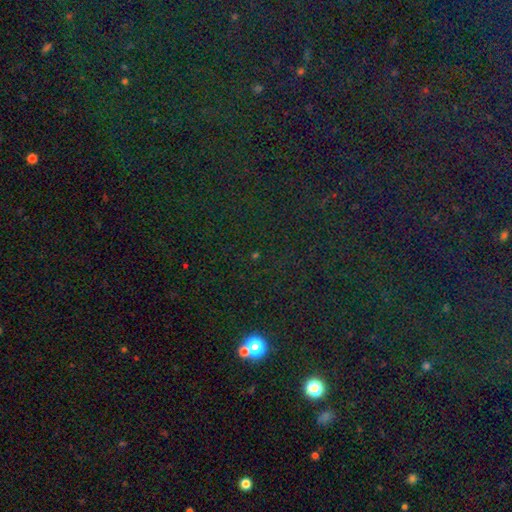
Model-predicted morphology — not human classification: Smooth or featured?
  - star or artifact: 69% *
  - smooth: 22%
  - featured or disk: 8%